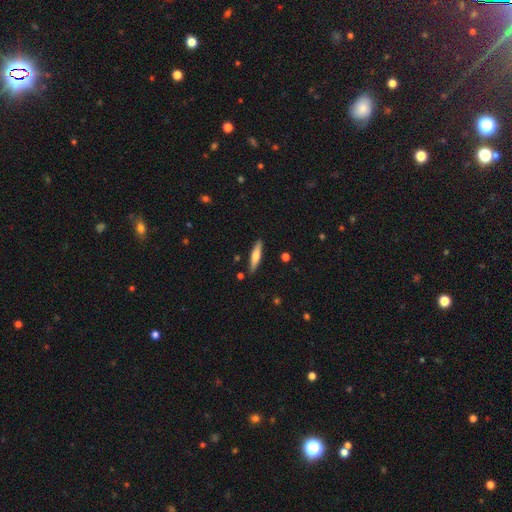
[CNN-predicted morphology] Q: Smooth or featured?
A: smooth (51%); runner-up: featured or disk (43%)
Q: How rounded?
A: cigar-shaped (83%); runner-up: in between (16%)
Q: Merging?
A: none (88%); runner-up: minor disturbance (8%)